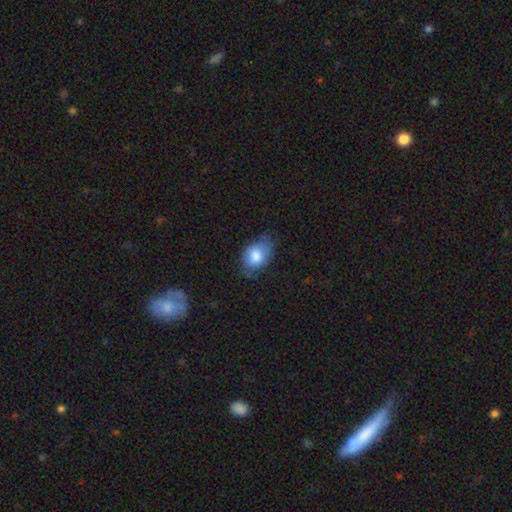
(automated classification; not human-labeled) This is likely a smooth galaxy (79%). How rounded: likely in between (79%). Merging: possibly none (60%).